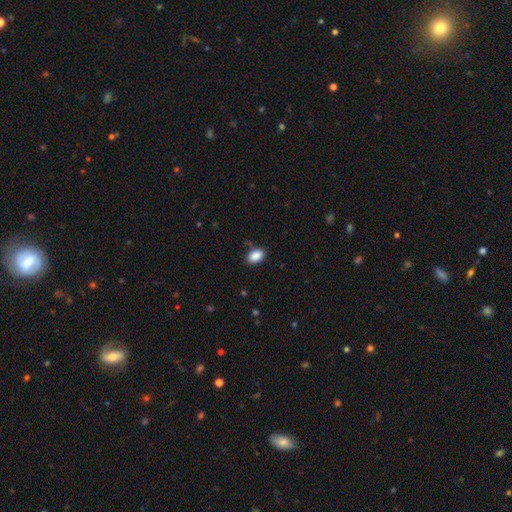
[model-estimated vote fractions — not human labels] This is clearly a smooth galaxy (89%). How rounded: clearly in between (89%). Merging: clearly none (84%).